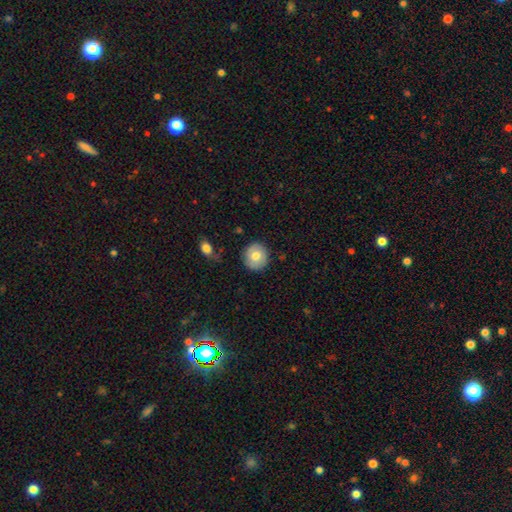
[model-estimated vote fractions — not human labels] Morphology: type=smooth (74%); roundness=round (84%); merging=none (84%).